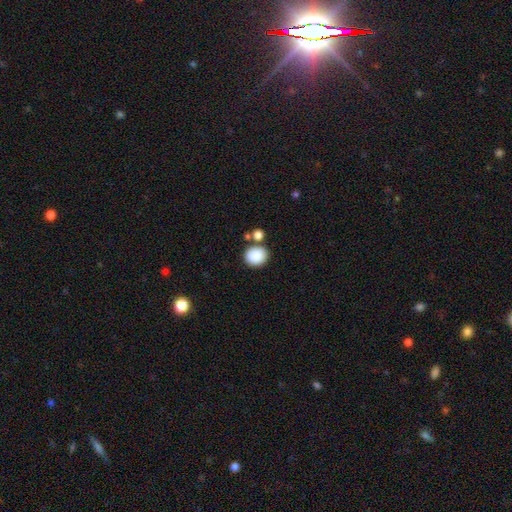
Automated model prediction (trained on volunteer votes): Smooth or featured?
  - smooth: 88% *
  - star or artifact: 8%
  - featured or disk: 4%
How rounded?
  - round: 75% *
  - in between: 24%
  - cigar-shaped: 1%
Merging?
  - none: 70% *
  - merger: 16%
  - minor disturbance: 10%
  - major disturbance: 3%